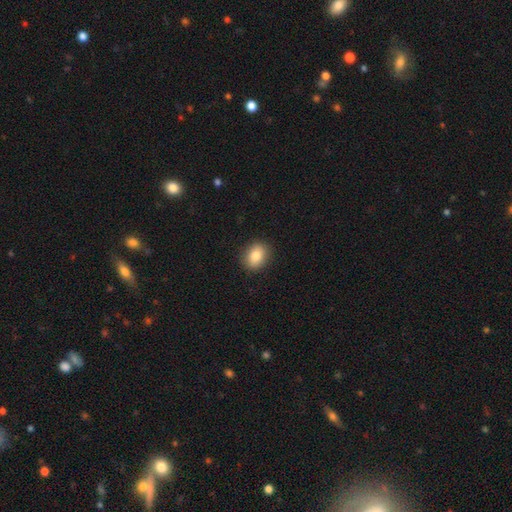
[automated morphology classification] Q: Smooth or featured?
A: smooth (84%); runner-up: star or artifact (8%)
Q: How rounded?
A: in between (56%); runner-up: round (43%)
Q: Merging?
A: none (89%); runner-up: minor disturbance (8%)